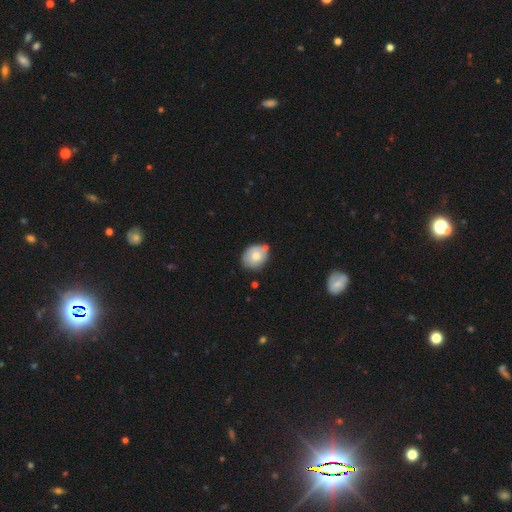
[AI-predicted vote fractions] smooth 74%, featured or disk 18%, star or artifact 8%. Down the decision tree: how rounded — round (57%); merging — none (66%).